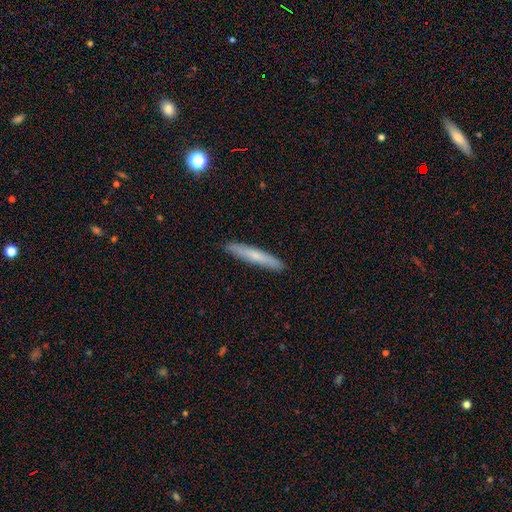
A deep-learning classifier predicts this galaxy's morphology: Smooth or featured?
  - smooth: 64% *
  - featured or disk: 30%
  - star or artifact: 6%
How rounded?
  - cigar-shaped: 94% *
  - in between: 4%
  - round: 1%
Merging?
  - none: 91% *
  - minor disturbance: 7%
  - major disturbance: 1%
  - merger: 1%